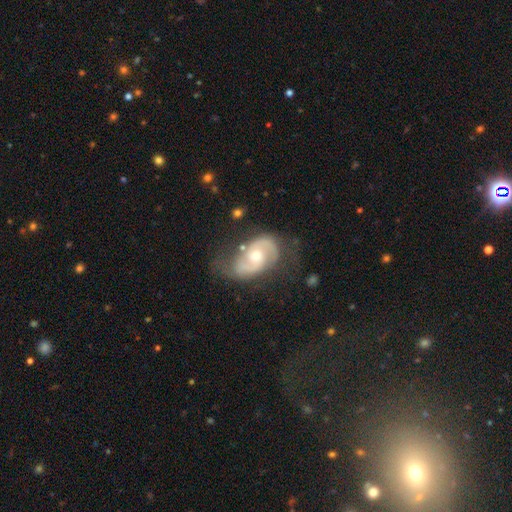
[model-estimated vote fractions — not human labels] Smooth or featured?
  - featured or disk: 83% *
  - smooth: 12%
  - star or artifact: 5%
Edge-on disk?
  - no: 97% *
  - yes: 3%
Bar?
  - no: 62% *
  - weak: 32%
  - strong: 6%
Spiral arms?
  - yes: 94% *
  - no: 6%
Spiral winding?
  - medium: 50% *
  - tight: 28%
  - loose: 22%
Spiral arm count?
  - 2: 85% *
  - can't tell: 8%
  - 1: 3%
  - 3: 2%
  - 4: 1%
  - more than 4: 1%
Bulge size?
  - moderate: 59% *
  - small: 36%
  - large: 3%
  - none: 1%
  - dominant: 1%
Merging?
  - none: 61% *
  - minor disturbance: 24%
  - major disturbance: 12%
  - merger: 3%